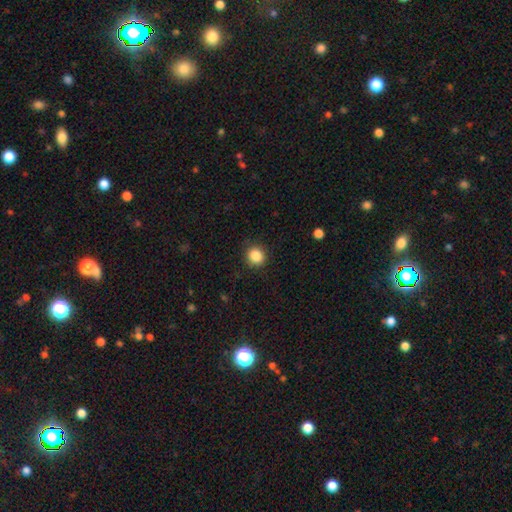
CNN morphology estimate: smooth-or-featured: smooth: 87% | star or artifact: 10% | featured or disk: 3%
  how-rounded: round: 88% | in between: 11% | cigar-shaped: 1%
  merging: none: 90% | minor disturbance: 7% | major disturbance: 2% | merger: 1%